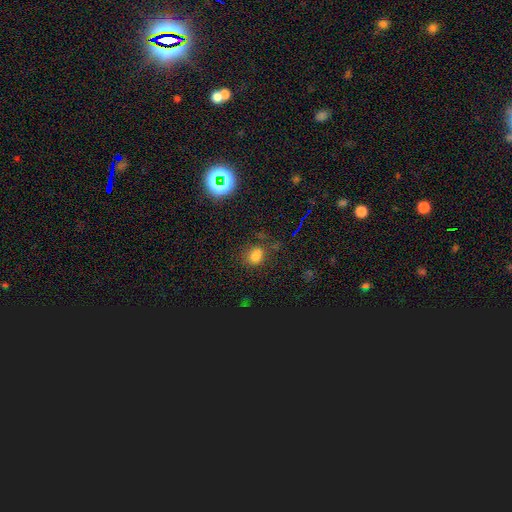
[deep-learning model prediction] This appears to be a smooth galaxy with no disk features (67%) that is in between round and cigar-shaped (63%). Merging: none (65%).